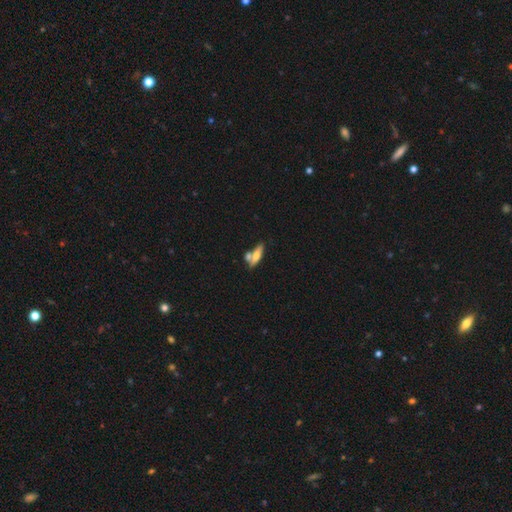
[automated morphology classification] Overall: smooth (55%; featured or disk 37%). How rounded: in between (50%; cigar-shaped 46%). Merging: none (48%; merger 35%).